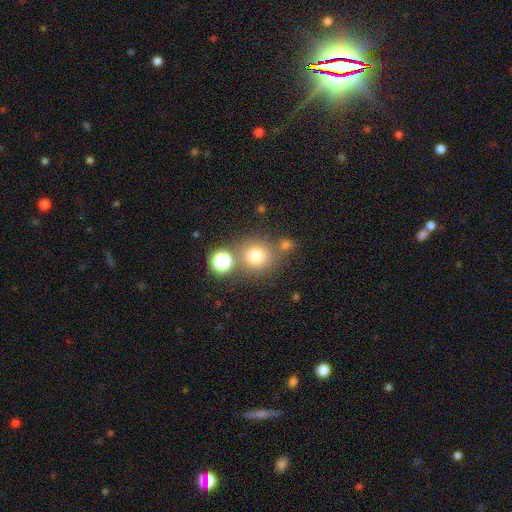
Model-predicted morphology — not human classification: This appears to be a smooth galaxy with no disk features (75%) that is round (89%). Merging: none (68%).